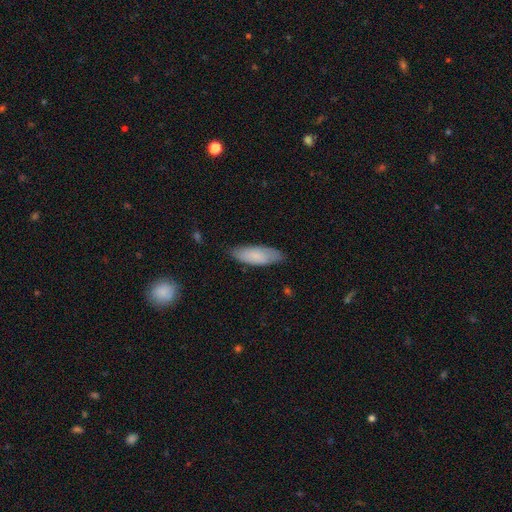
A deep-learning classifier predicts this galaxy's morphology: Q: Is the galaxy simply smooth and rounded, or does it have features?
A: smooth — 79%.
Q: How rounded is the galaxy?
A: in between — 62%.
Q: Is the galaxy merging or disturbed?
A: none — 78%.